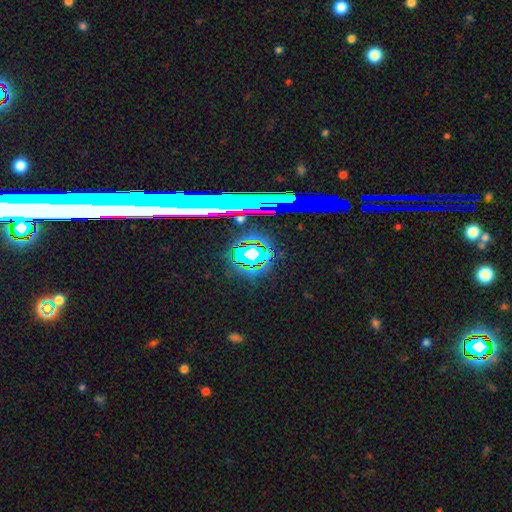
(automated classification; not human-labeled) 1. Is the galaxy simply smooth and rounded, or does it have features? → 60% star or artifact, 23% featured or disk, 17% smooth.